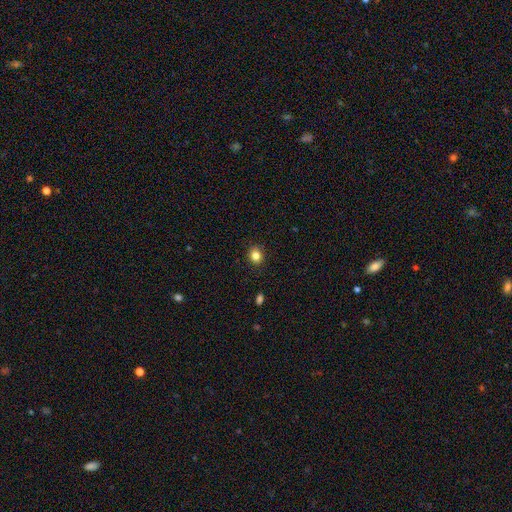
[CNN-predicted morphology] This is clearly a smooth galaxy (83%). How rounded: likely round (77%). Merging: clearly none (91%).